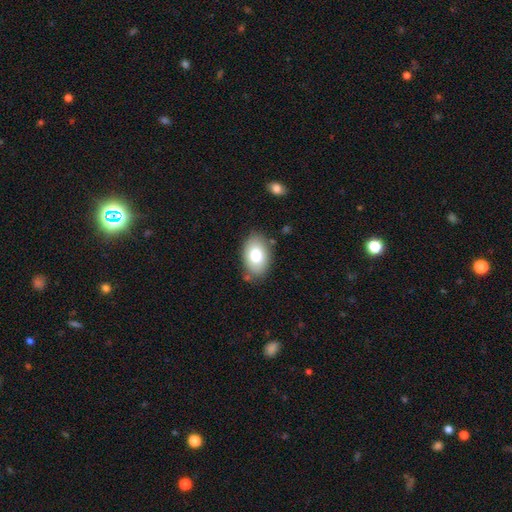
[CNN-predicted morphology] Smooth or featured? Predicted: smooth (p=0.78). How rounded? Predicted: in between (p=0.89). Merging? Predicted: none (p=0.80).